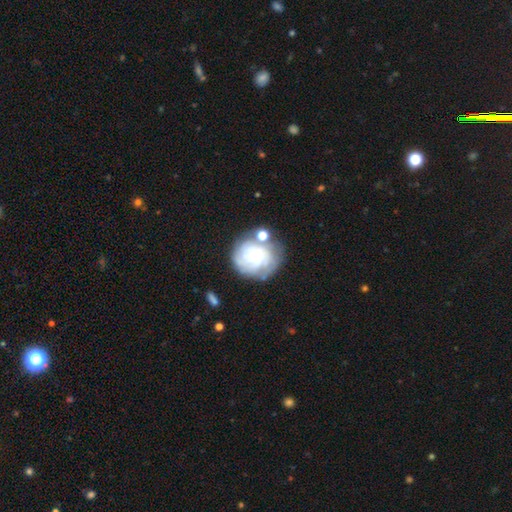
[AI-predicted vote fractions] This appears to be a featured or disk galaxy (72%) with no bar (81%), tight (74%) spiral arms (83%) and a small central bulge (50%). Merging: none (62%).